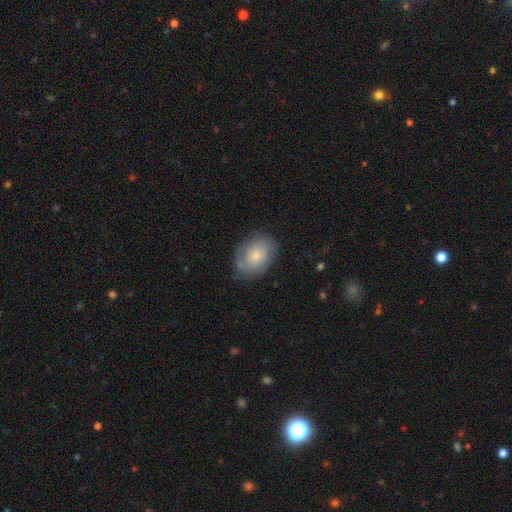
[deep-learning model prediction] Smooth or featured?
  - smooth: 52% *
  - featured or disk: 41%
  - star or artifact: 7%
How rounded?
  - in between: 67% *
  - round: 31%
  - cigar-shaped: 1%
Merging?
  - none: 68% *
  - minor disturbance: 22%
  - major disturbance: 7%
  - merger: 2%